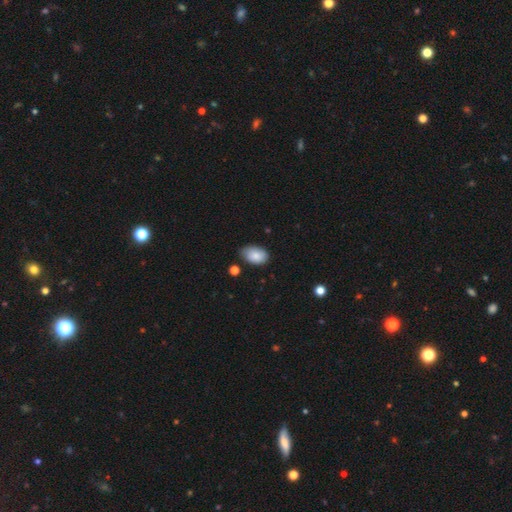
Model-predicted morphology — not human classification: Smooth or featured?
  - smooth: 85% *
  - featured or disk: 8%
  - star or artifact: 7%
How rounded?
  - in between: 91% *
  - round: 8%
  - cigar-shaped: 1%
Merging?
  - none: 72% *
  - minor disturbance: 23%
  - major disturbance: 3%
  - merger: 2%